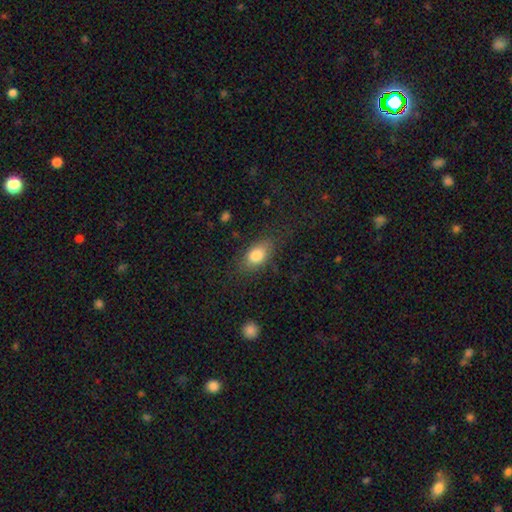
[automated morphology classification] Smooth or featured? Predicted: smooth (p=0.81). How rounded? Predicted: in between (p=0.88). Merging? Predicted: none (p=0.76).